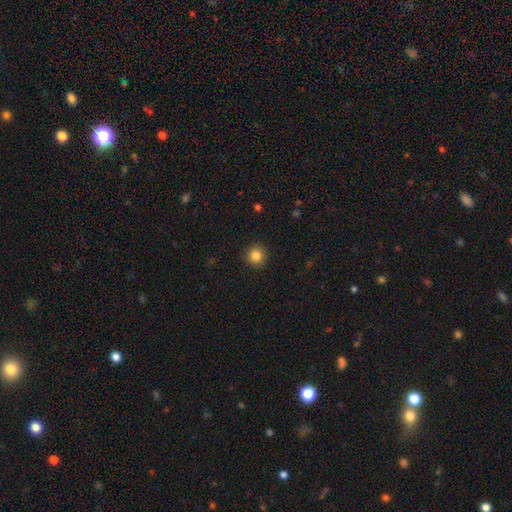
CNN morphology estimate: A smooth galaxy with no disk features (84%) that is round (94%). Merging: none (92%).